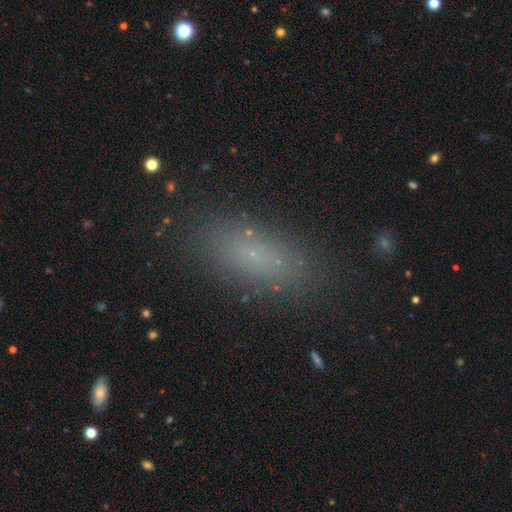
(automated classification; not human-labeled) Morphology: type=smooth (70%); roundness=in between (71%); merging=none (84%).